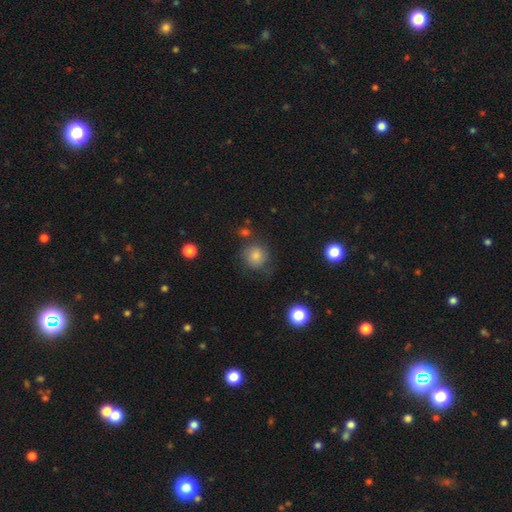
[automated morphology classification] A smooth galaxy with no disk features (71%) that is round (89%). Merging: none (73%).